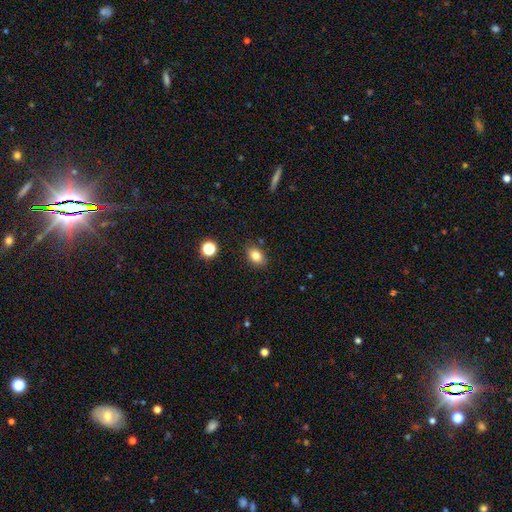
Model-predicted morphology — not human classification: Smooth or featured?
  - smooth: 82% *
  - star or artifact: 11%
  - featured or disk: 7%
How rounded?
  - in between: 80% *
  - round: 19%
  - cigar-shaped: 2%
Merging?
  - none: 85% *
  - minor disturbance: 10%
  - major disturbance: 3%
  - merger: 2%